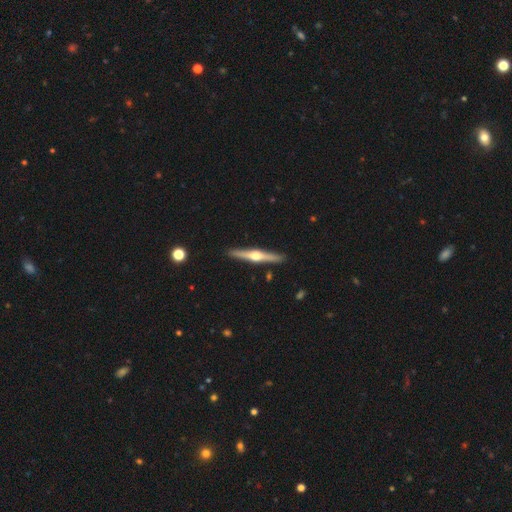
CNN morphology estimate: Smooth or featured? Predicted: featured or disk (p=0.75). Edge-on disk? Predicted: yes (p=0.98). Edge-on bulge? Predicted: rounded (p=0.95). Merging? Predicted: none (p=0.91).